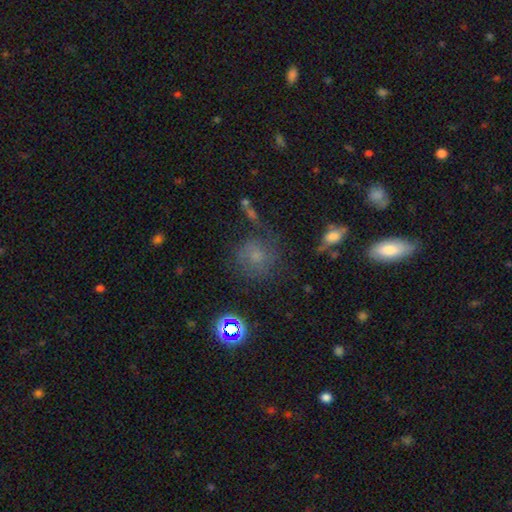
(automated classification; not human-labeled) This is possibly a smooth galaxy (51%). How rounded: clearly round (84%). Merging: likely none (61%).